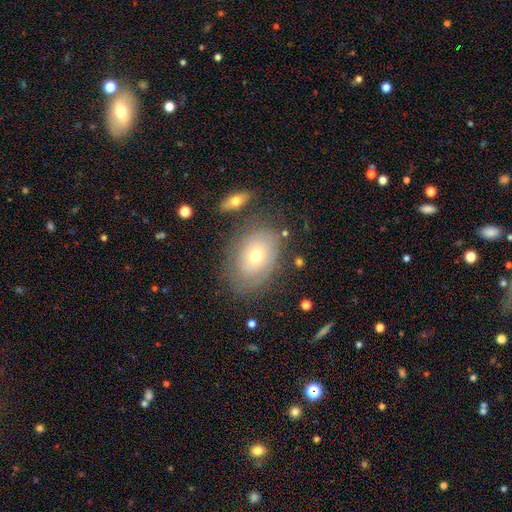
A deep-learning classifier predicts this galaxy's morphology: This appears to be a smooth galaxy with no disk features (46%). Merging: none (69%).